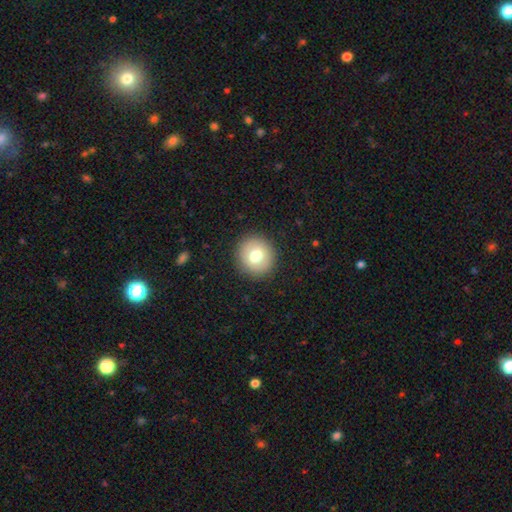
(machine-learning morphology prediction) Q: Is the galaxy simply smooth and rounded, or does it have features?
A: smooth — 75%.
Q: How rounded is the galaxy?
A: round — 89%.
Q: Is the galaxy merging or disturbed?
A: none — 91%.